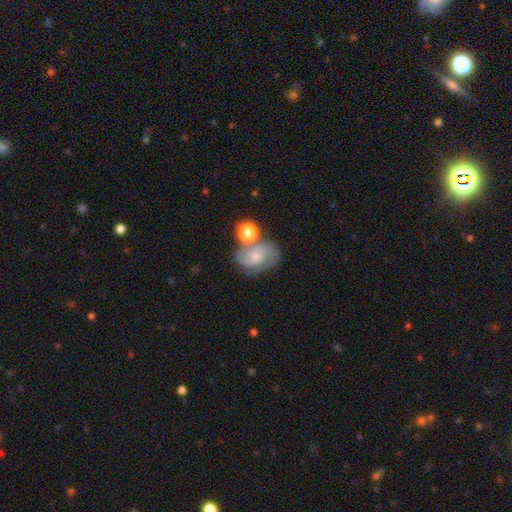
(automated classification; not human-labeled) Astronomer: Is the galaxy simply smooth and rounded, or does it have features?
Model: featured or disk — 63%.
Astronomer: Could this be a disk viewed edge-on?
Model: no — 97%.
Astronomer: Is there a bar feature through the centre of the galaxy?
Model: no — 60%.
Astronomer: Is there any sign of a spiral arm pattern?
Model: yes — 89%.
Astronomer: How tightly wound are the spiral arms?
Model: medium — 50% (runner-up: tight, 27%).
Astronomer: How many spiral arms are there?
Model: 2 — 68%.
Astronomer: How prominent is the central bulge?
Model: small — 54% (runner-up: moderate, 33%).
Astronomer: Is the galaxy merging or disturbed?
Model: none — 49%.